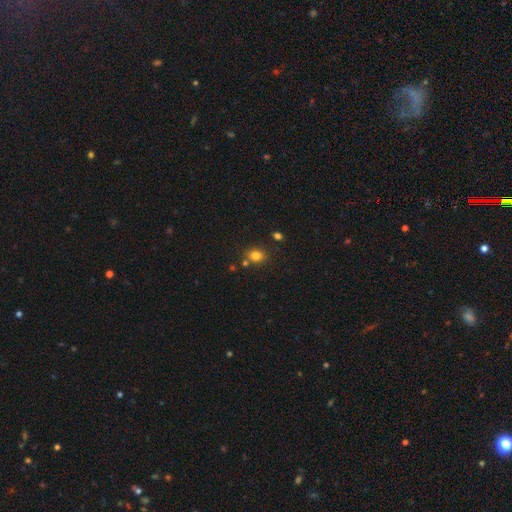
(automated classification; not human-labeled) The model was most divided on "how rounded": round: 61%, in between: 38%, cigar-shaped: 1%. More confident: smooth or featured — smooth (79%); merging — none (75%).